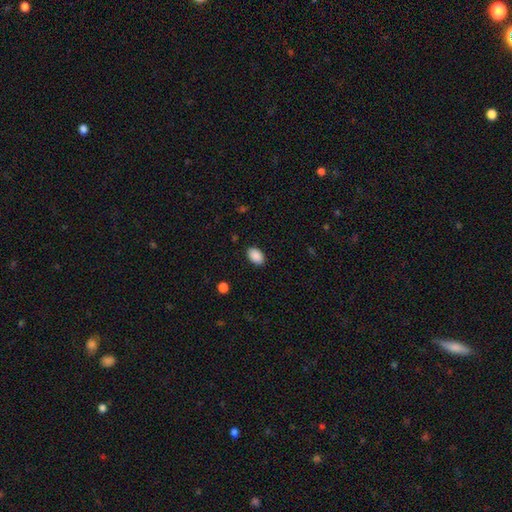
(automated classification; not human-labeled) This appears to be a smooth galaxy with no disk features (90%) that is in between round and cigar-shaped (90%). Merging: none (88%).